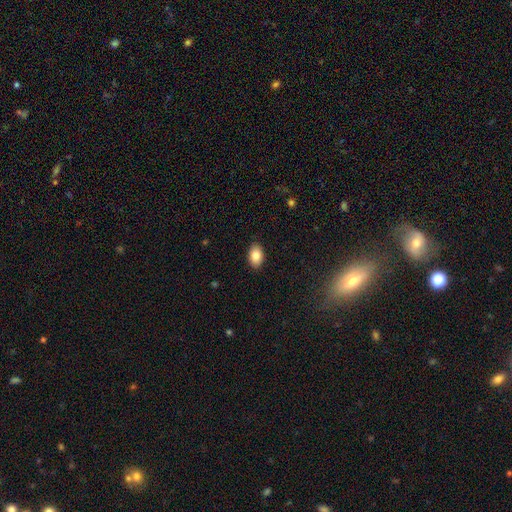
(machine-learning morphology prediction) Q: Smooth or featured?
A: smooth (84%); runner-up: featured or disk (9%)
Q: How rounded?
A: in between (90%); runner-up: round (9%)
Q: Merging?
A: none (89%); runner-up: minor disturbance (8%)